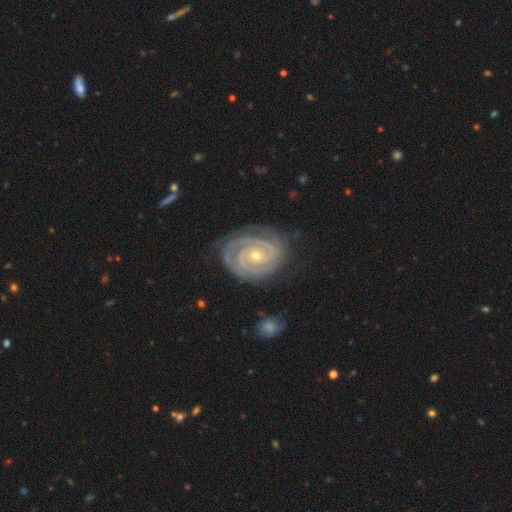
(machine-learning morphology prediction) A featured or disk galaxy (91%) with no bar (71%), 2 (55%) tight (86%) spiral arms (98%) and a small central bulge (66%). Merging: none (75%).